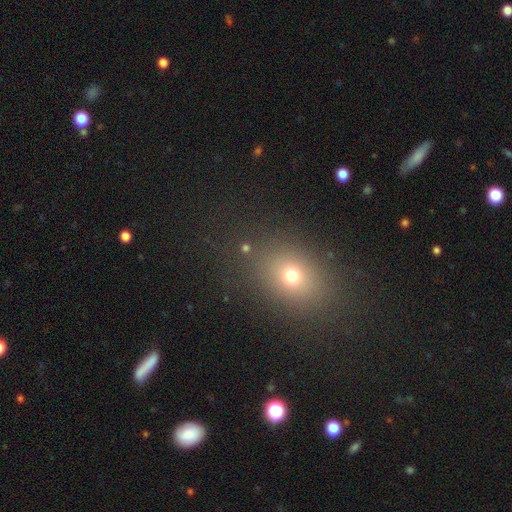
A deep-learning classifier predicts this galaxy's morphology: Smooth or featured?
  - smooth: 60% *
  - star or artifact: 30%
  - featured or disk: 10%
How rounded?
  - in between: 55% *
  - round: 43%
  - cigar-shaped: 2%
Merging?
  - none: 87% *
  - minor disturbance: 8%
  - major disturbance: 3%
  - merger: 2%